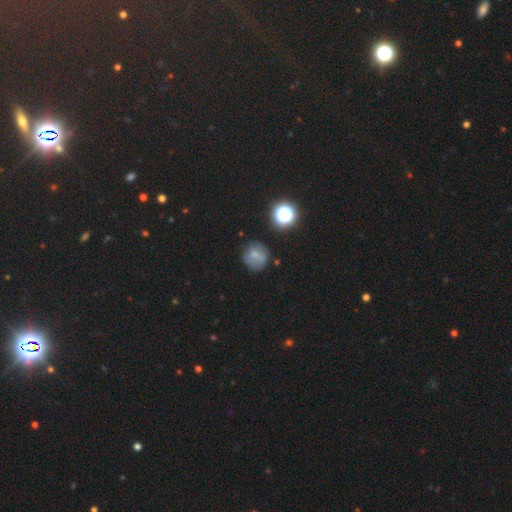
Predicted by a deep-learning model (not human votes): This is likely a smooth galaxy (65%). How rounded: clearly round (87%). Merging: likely none (68%).